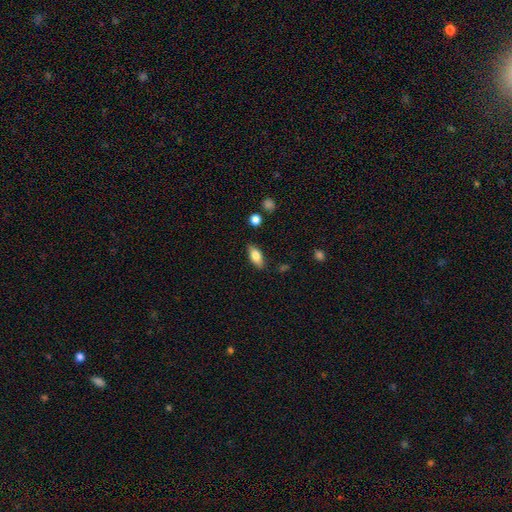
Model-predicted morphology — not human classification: Overall: smooth (75%). How rounded: in between (84%). Merging: none (84%).